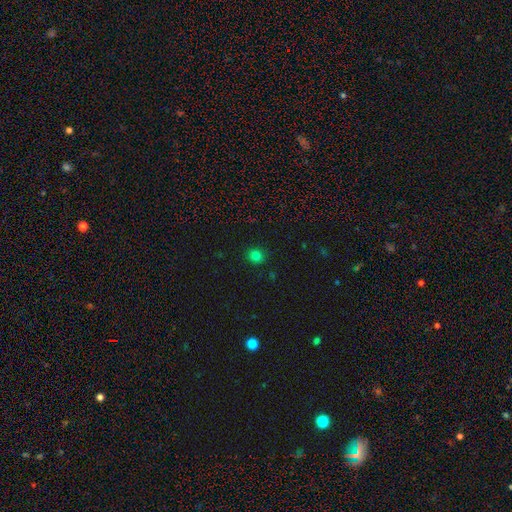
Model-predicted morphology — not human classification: smooth-or-featured: smooth: 79% | star or artifact: 16% | featured or disk: 5%
  how-rounded: round: 85% | in between: 14% | cigar-shaped: 1%
  merging: none: 91% | minor disturbance: 6% | major disturbance: 2% | merger: 1%